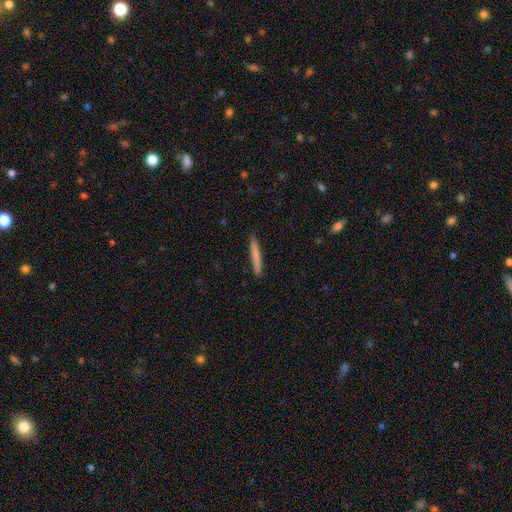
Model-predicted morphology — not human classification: Overall: smooth (74%). How rounded: cigar-shaped (96%). Merging: none (90%).